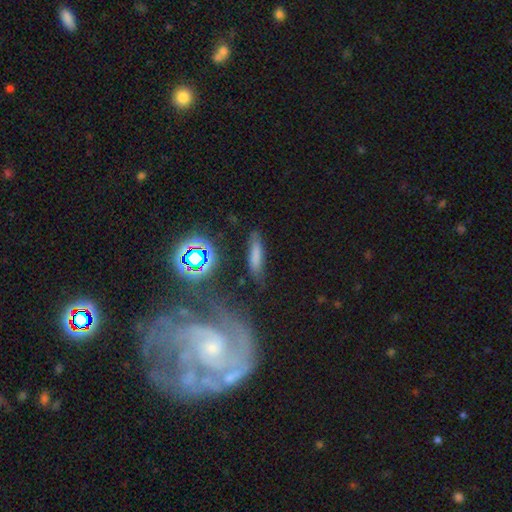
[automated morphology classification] This appears to be a smooth galaxy with no disk features (69%) that is cigar-shaped (70%). Merging: none (74%).